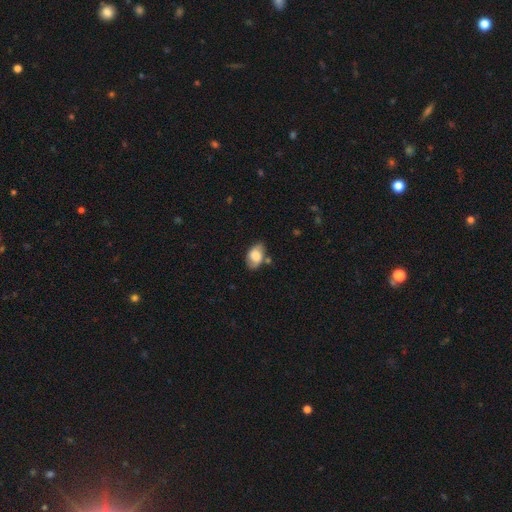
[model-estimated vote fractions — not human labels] A smooth galaxy with no disk features (70%) that is in between round and cigar-shaped (89%). Merging: none (62%).